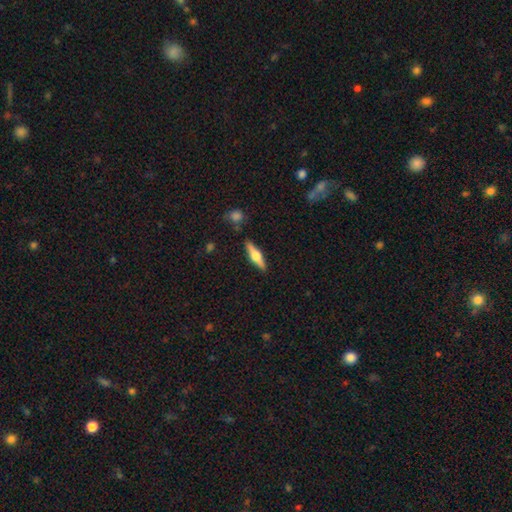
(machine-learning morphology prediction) Smooth or featured?
  - featured or disk: 56% *
  - smooth: 38%
  - star or artifact: 6%
Edge-on disk?
  - yes: 95% *
  - no: 5%
Edge-on bulge?
  - rounded: 93% *
  - boxy: 4%
  - none: 2%
Merging?
  - none: 87% *
  - minor disturbance: 9%
  - merger: 2%
  - major disturbance: 2%